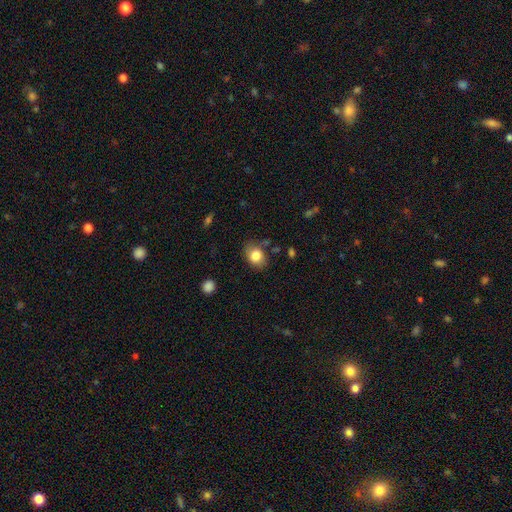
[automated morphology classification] Smooth or featured: smooth — 82% (featured or disk — 9%)
How rounded: in between — 58% (round — 41%)
Merging: none — 75% (minor disturbance — 17%)